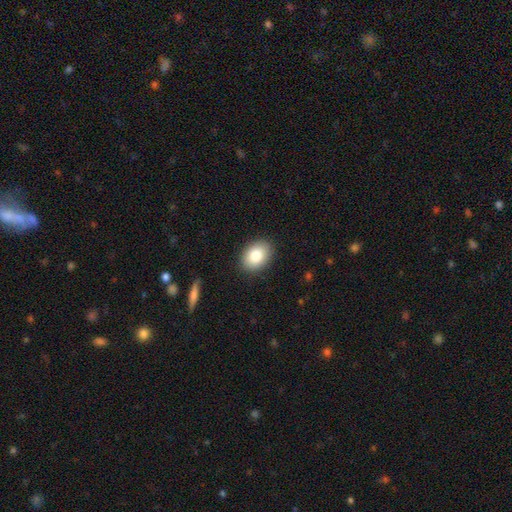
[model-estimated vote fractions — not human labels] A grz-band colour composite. It shows a smooth galaxy with no disk features (83%) that is in between round and cigar-shaped (77%). Merging: none (89%).